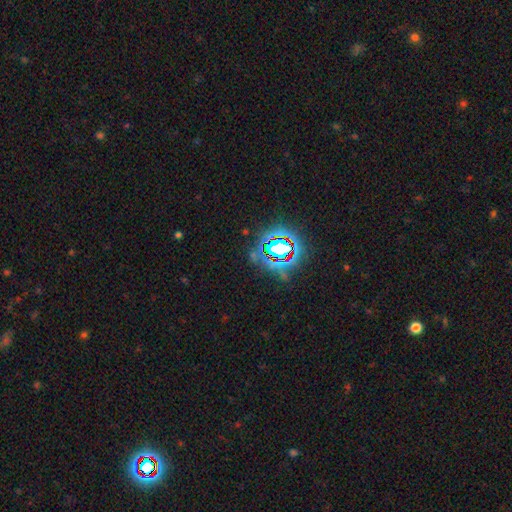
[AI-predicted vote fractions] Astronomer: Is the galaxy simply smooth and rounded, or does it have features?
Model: star or artifact — 77%.